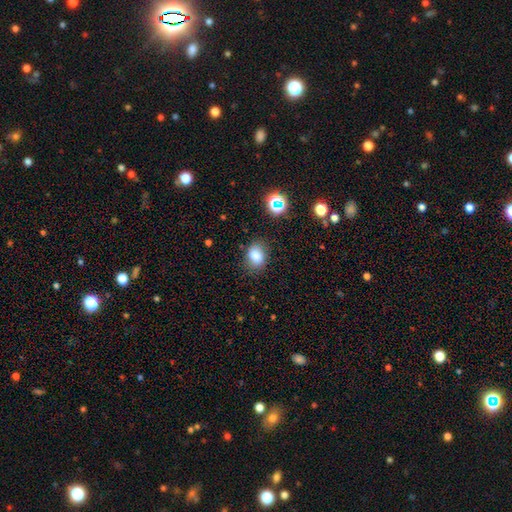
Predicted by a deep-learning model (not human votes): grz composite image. It shows a smooth galaxy with no disk features (81%) that is in between round and cigar-shaped (67%). Merging: none (77%).